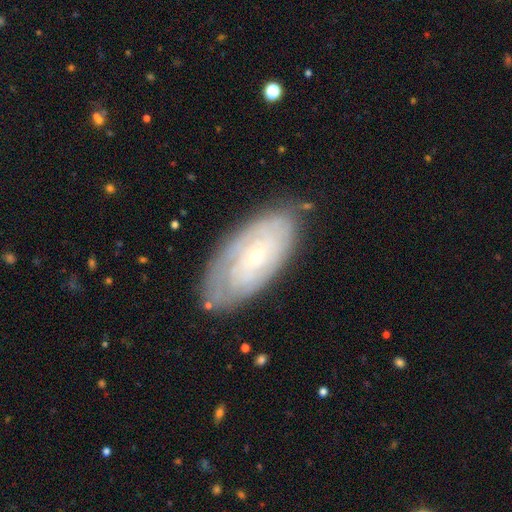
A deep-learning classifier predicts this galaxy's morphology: Smooth or featured: featured or disk — 66% (smooth — 27%)
Edge-on disk: no — 91% (yes — 9%)
Bar: no — 80% (weak — 16%)
Spiral arms: yes — 74% (no — 26%)
Bulge size: small — 83% (moderate — 13%)
Merging: none — 78% (minor disturbance — 17%)